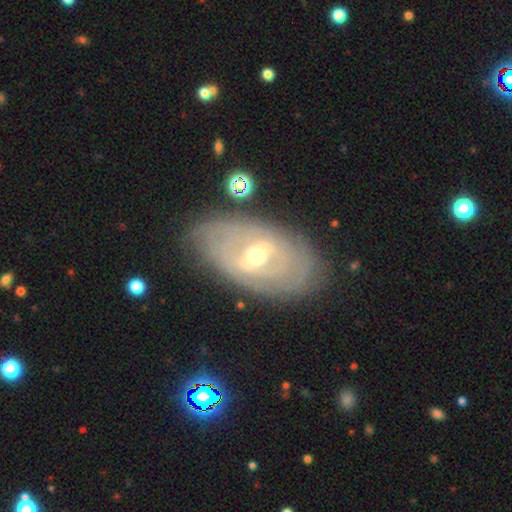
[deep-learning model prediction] Morphology: type=featured or disk (80%); edge-on=no (92%); bar=weak (48%); spiral arms=yes (74%); winding=tight (74%); arm count=can't tell (57%); bulge=moderate (60%); merging=none (79%).